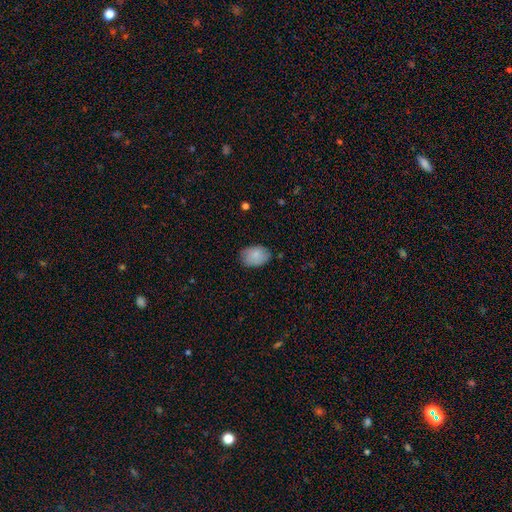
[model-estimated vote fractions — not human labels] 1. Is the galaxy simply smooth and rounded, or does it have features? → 85% smooth, 8% featured or disk, 7% star or artifact.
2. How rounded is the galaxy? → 83% in between, 16% round, 1% cigar-shaped.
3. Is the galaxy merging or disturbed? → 78% none, 17% minor disturbance, 3% major disturbance, 1% merger.